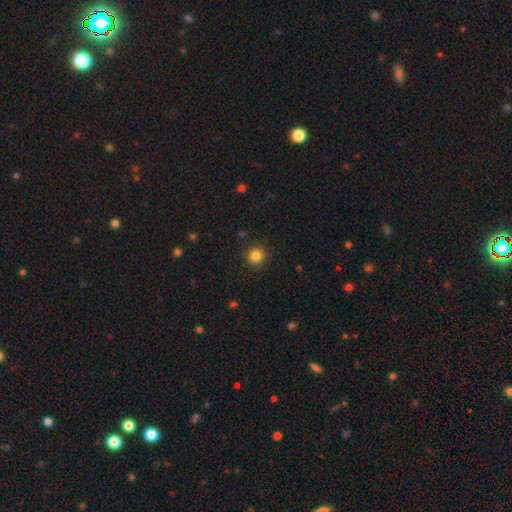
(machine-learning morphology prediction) Smooth or featured?
  - smooth: 84% *
  - star or artifact: 12%
  - featured or disk: 4%
How rounded?
  - round: 94% *
  - in between: 5%
  - cigar-shaped: 1%
Merging?
  - none: 91% *
  - minor disturbance: 5%
  - major disturbance: 2%
  - merger: 1%